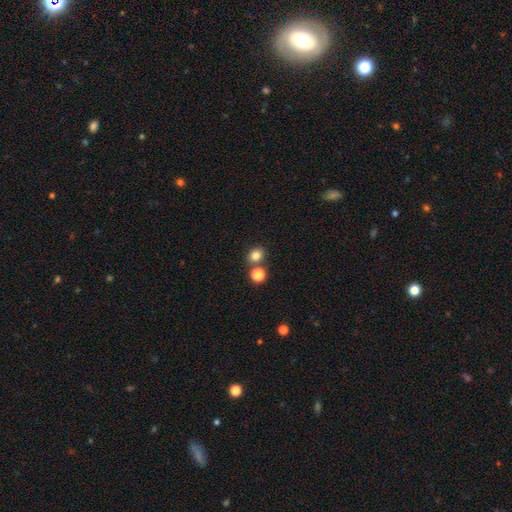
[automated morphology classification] type=smooth (81%); roundness=round (75%); merging=none (71%).